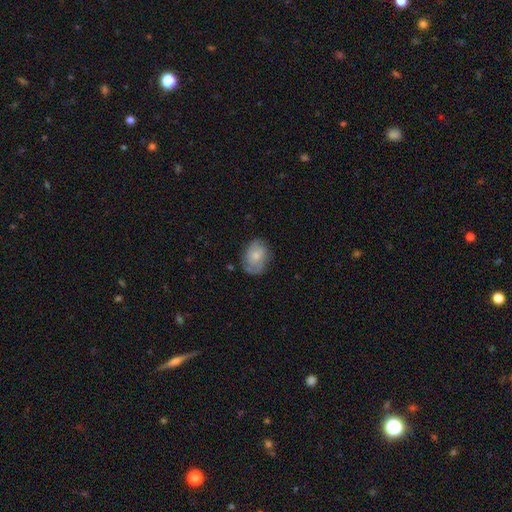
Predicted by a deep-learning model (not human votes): This is possibly a smooth galaxy (55%). How rounded: likely in between (64%). Merging: likely none (68%).